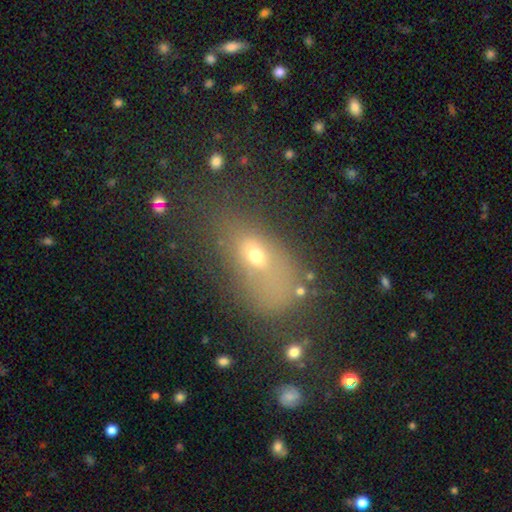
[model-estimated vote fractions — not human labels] Smooth or featured? Predicted: smooth (p=0.57). How rounded? Predicted: in between (p=0.73). Merging? Predicted: none (p=0.43).